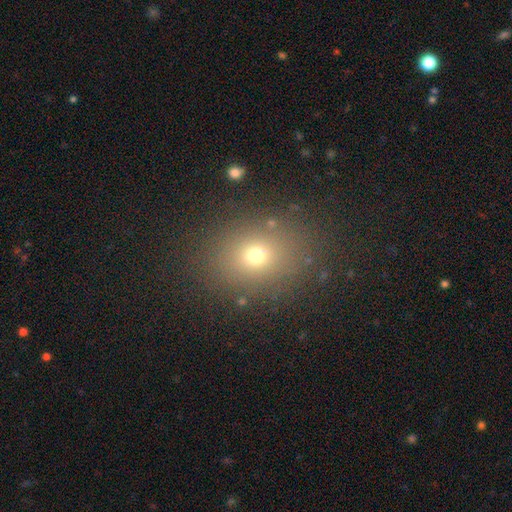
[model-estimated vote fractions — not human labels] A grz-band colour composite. It shows a smooth galaxy with no disk features (69%) that is round (53%). Merging: none (84%).